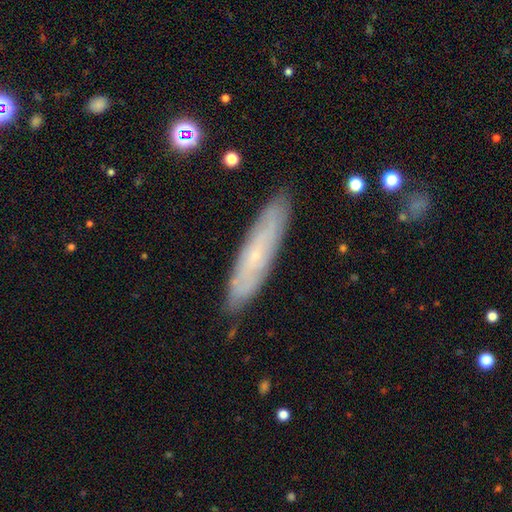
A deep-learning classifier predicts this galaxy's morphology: smooth_or_featured: featured or disk (p=0.51) [alt: smooth p=0.41]
disk_edge_on: yes (p=0.51) [alt: no p=0.49]
merging: none (p=0.86) [alt: minor disturbance p=0.11]